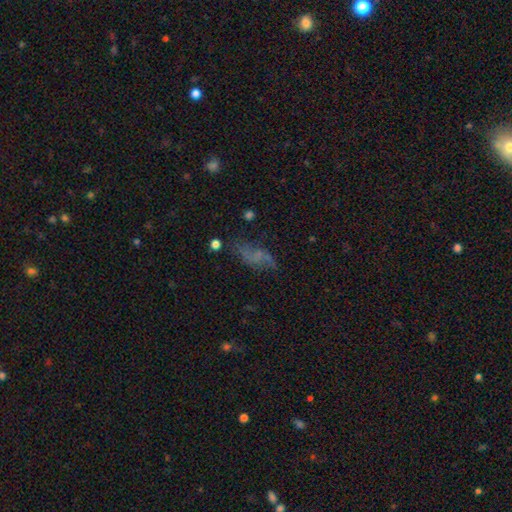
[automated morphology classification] smooth-or-featured: featured or disk: 48% | smooth: 33% | star or artifact: 18%
  merging: none: 52% | minor disturbance: 23% | major disturbance: 20% | merger: 5%